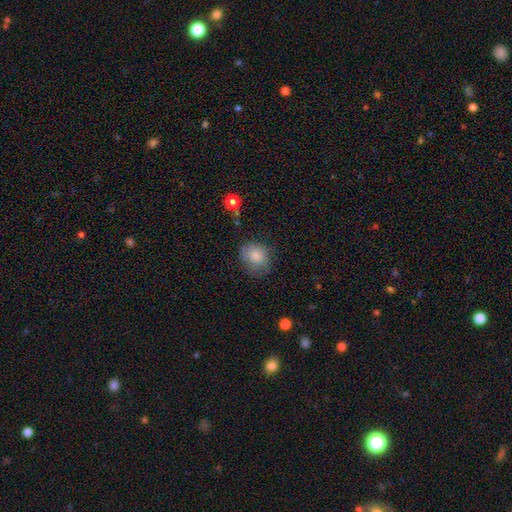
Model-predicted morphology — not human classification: Smooth or featured? Predicted: smooth (p=0.82). How rounded? Predicted: round (p=0.67). Merging? Predicted: none (p=0.62).